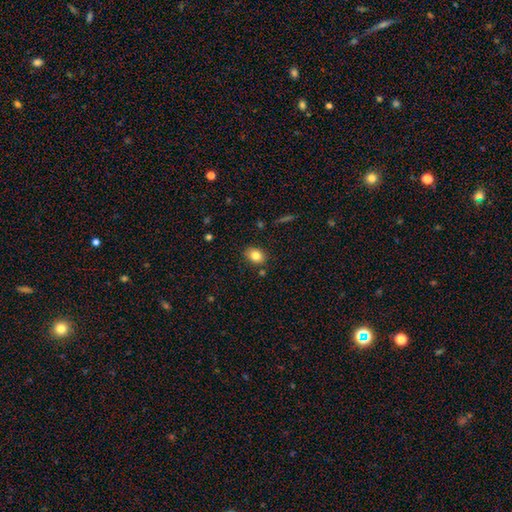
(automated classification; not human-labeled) This appears to be a smooth galaxy with no disk features (81%) that is in between round and cigar-shaped (65%). Merging: none (83%).